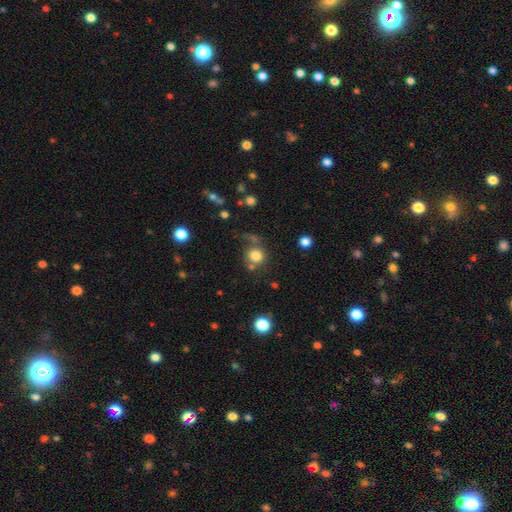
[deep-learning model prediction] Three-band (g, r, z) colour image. It shows a smooth galaxy with no disk features (80%) that is round (90%). Merging: none (66%).